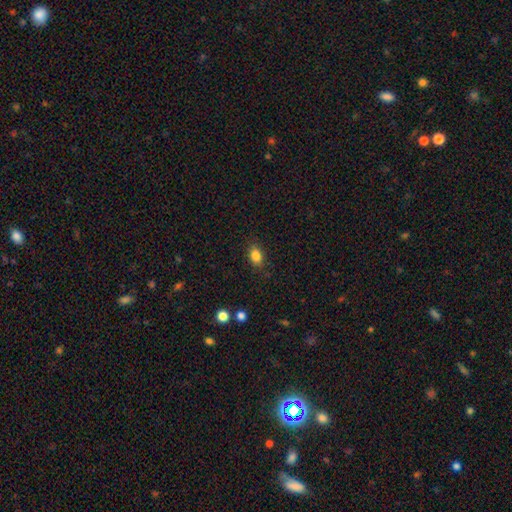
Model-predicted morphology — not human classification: This is clearly a smooth galaxy (84%). How rounded: likely in between (76%). Merging: clearly none (84%).